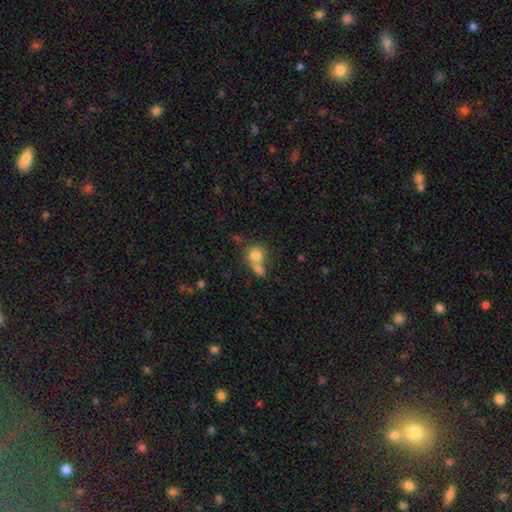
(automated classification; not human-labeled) smooth-or-featured: smooth: 79% | featured or disk: 11% | star or artifact: 10%
  how-rounded: round: 77% | in between: 21% | cigar-shaped: 1%
  merging: merger: 53% | none: 34% | minor disturbance: 8% | major disturbance: 5%